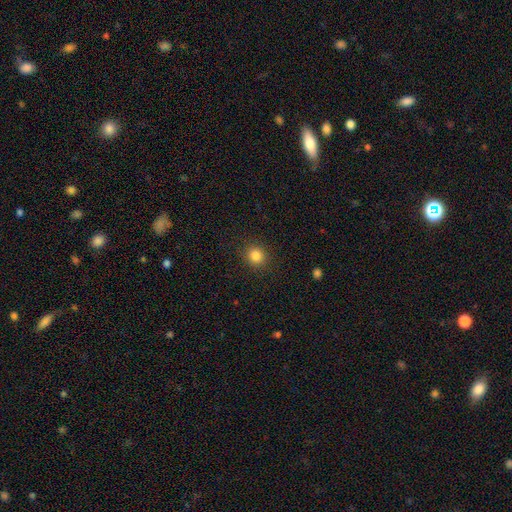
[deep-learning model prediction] This appears to be a smooth galaxy with no disk features (84%) that is round (87%). Merging: none (90%).